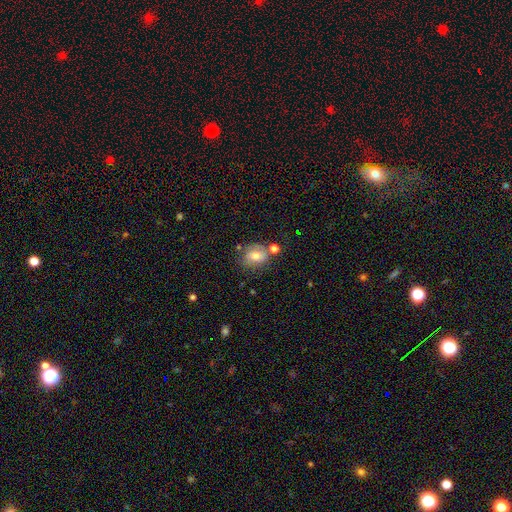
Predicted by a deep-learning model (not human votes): Smooth or featured? smooth (60%)
How rounded? in between (54%)
Merging? none (58%)